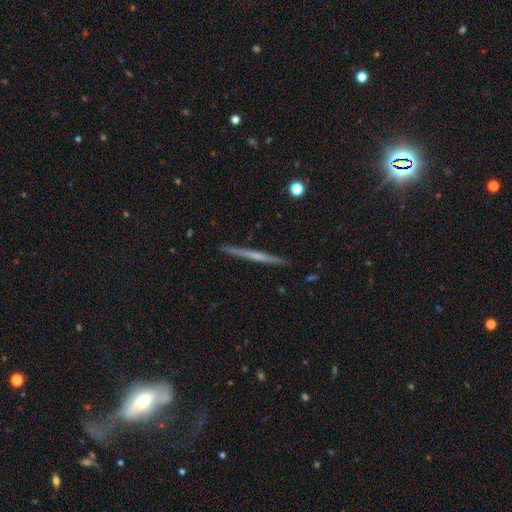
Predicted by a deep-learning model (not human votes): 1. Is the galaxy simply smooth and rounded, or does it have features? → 58% featured or disk, 36% smooth, 6% star or artifact.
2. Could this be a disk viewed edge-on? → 98% yes, 2% no.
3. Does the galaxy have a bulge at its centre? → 75% none, 20% rounded, 5% boxy.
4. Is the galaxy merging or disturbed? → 91% none, 6% minor disturbance, 1% major disturbance, 1% merger.